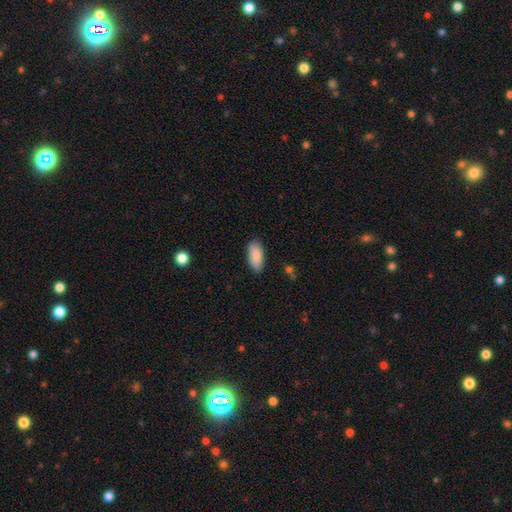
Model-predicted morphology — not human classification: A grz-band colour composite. It shows a smooth galaxy with no disk features (88%) that is in between round and cigar-shaped (89%). Merging: none (86%).